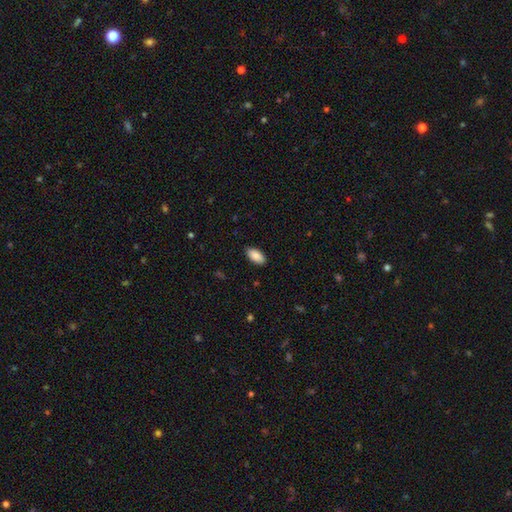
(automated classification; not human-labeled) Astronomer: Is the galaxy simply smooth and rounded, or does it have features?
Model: smooth — 89%.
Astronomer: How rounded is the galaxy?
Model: in between — 94%.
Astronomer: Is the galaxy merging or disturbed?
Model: none — 88%.